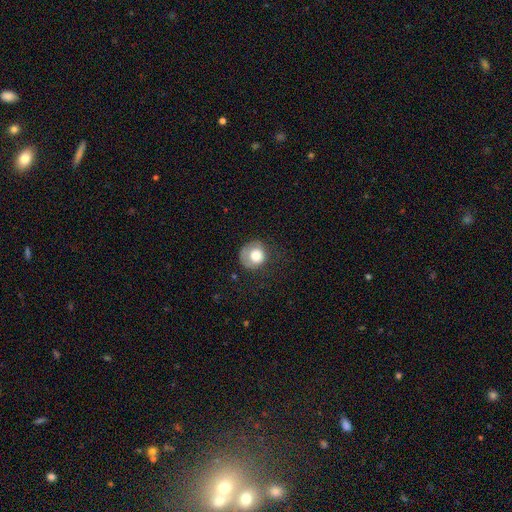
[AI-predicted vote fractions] Smooth or featured? Predicted: smooth (p=0.73). How rounded? Predicted: round (p=0.86). Merging? Predicted: none (p=0.55).